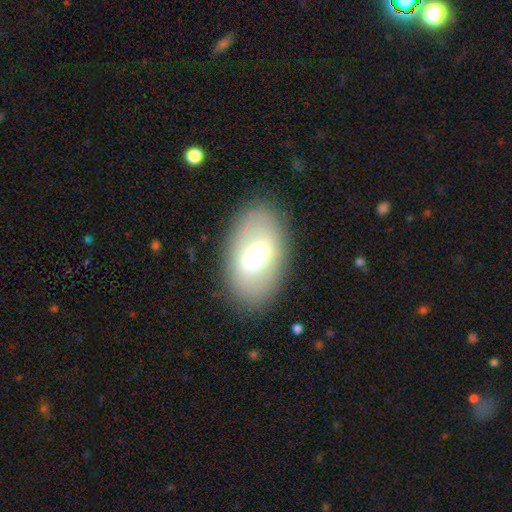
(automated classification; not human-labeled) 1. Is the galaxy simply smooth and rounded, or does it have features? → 55% smooth, 37% featured or disk, 9% star or artifact.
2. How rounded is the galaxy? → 89% in between, 9% round, 2% cigar-shaped.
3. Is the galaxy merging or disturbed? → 84% none, 10% minor disturbance, 5% major disturbance, 1% merger.